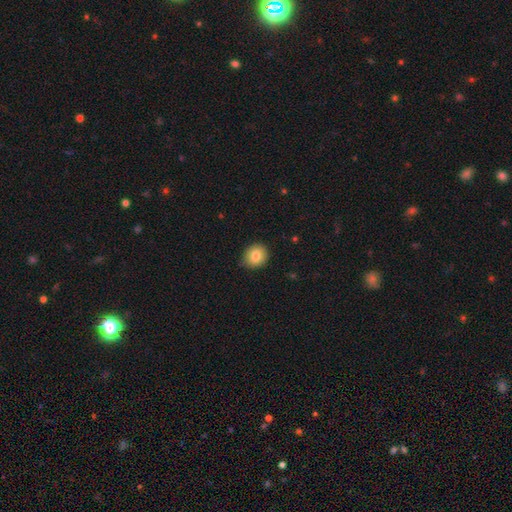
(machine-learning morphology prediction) smooth-or-featured: smooth: 83% | star or artifact: 9% | featured or disk: 8%
  how-rounded: round: 81% | in between: 18% | cigar-shaped: 1%
  merging: none: 82% | minor disturbance: 14% | major disturbance: 2% | merger: 1%